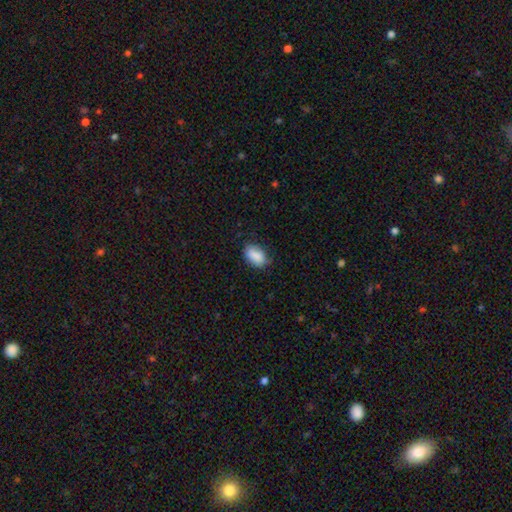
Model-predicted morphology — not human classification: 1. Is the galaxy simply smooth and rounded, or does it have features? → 87% smooth, 7% star or artifact, 6% featured or disk.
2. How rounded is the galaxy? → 87% in between, 11% round, 2% cigar-shaped.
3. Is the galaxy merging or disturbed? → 71% none, 24% minor disturbance, 5% major disturbance, 1% merger.